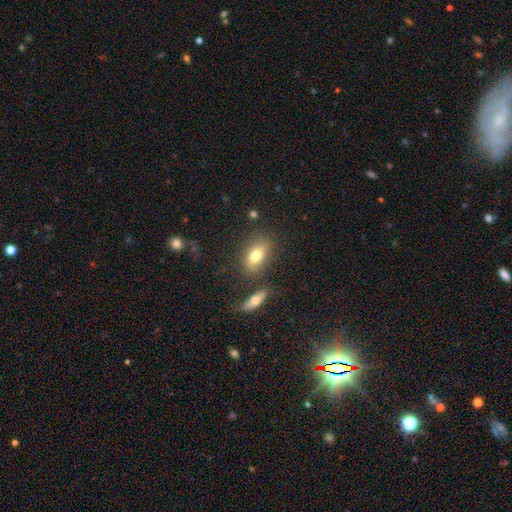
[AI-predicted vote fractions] A smooth galaxy with no disk features (76%) that is in between round and cigar-shaped (85%). Merging: none (75%).